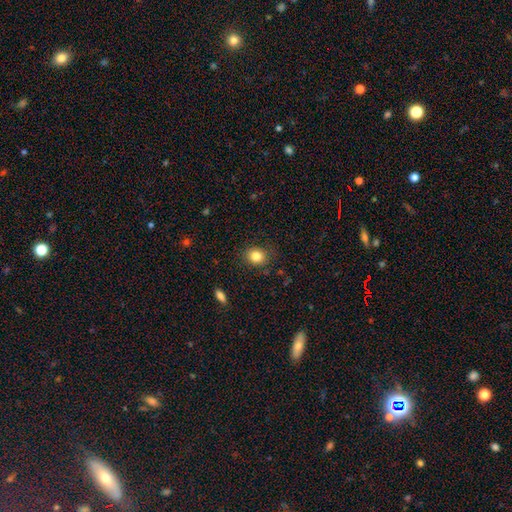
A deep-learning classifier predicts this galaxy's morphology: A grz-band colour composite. It shows a smooth galaxy with no disk features (83%) that is round (70%). Merging: none (84%).